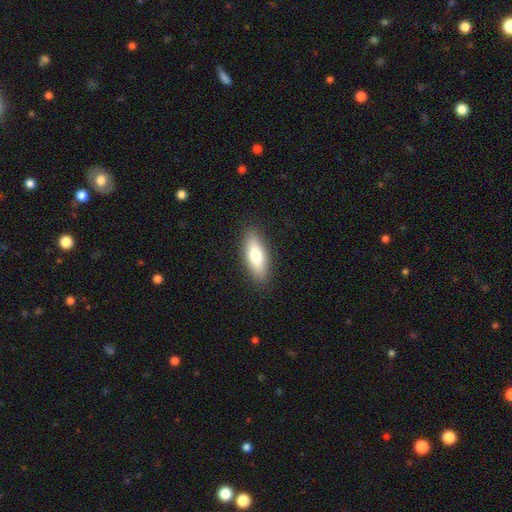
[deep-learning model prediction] A smooth galaxy with no disk features (75%) that is in between round and cigar-shaped (65%). Merging: none (89%).